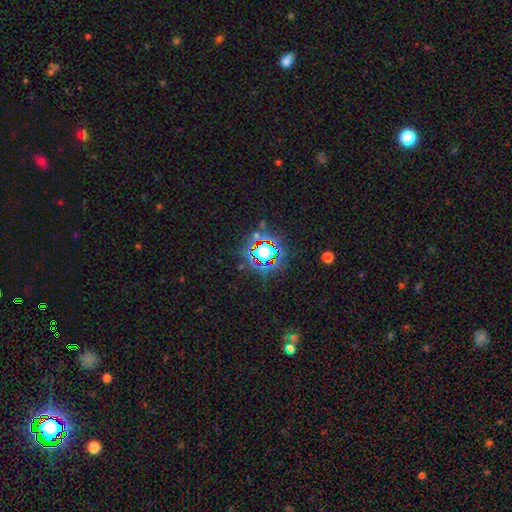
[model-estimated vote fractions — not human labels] Morphology: type=star or artifact (78%).